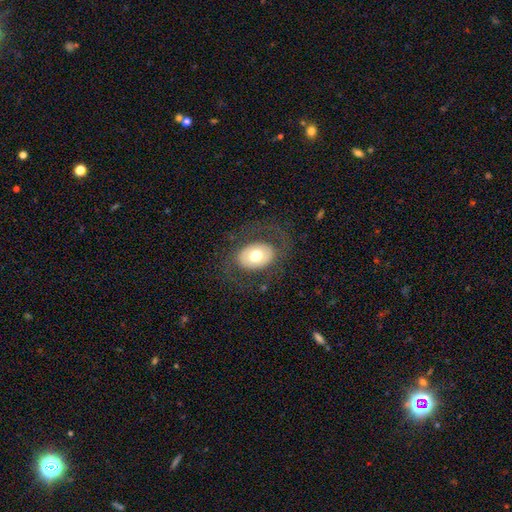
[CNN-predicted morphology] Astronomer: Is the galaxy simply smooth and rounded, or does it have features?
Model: smooth — 55% (runner-up: featured or disk, 38%).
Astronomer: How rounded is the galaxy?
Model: in between — 78%.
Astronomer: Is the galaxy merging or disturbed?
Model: none — 75%.